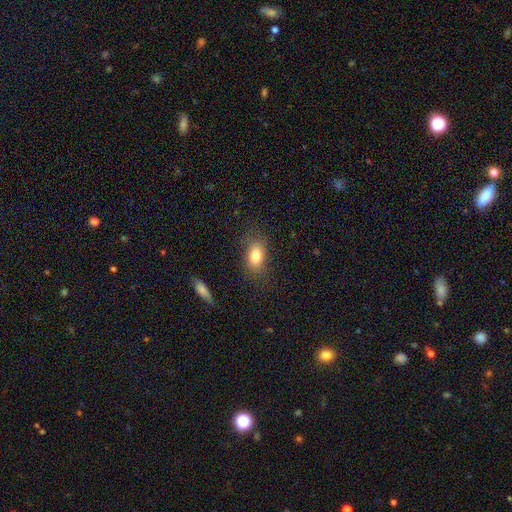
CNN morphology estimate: Smooth or featured: smooth — 80% (featured or disk — 11%)
How rounded: in between — 83% (round — 15%)
Merging: none — 80% (minor disturbance — 14%)